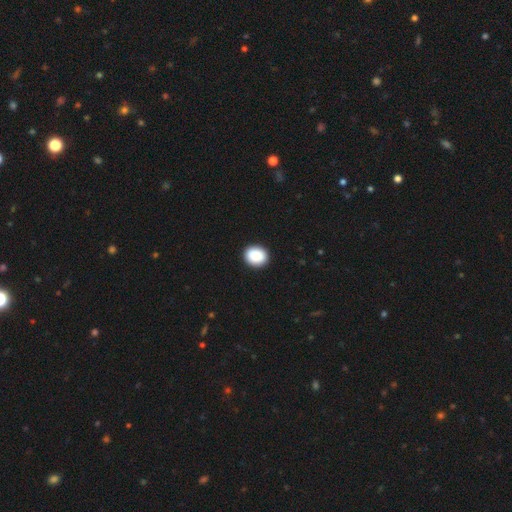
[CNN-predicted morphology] This appears to be a smooth galaxy with no disk features (89%) that is round (67%). Merging: none (91%).